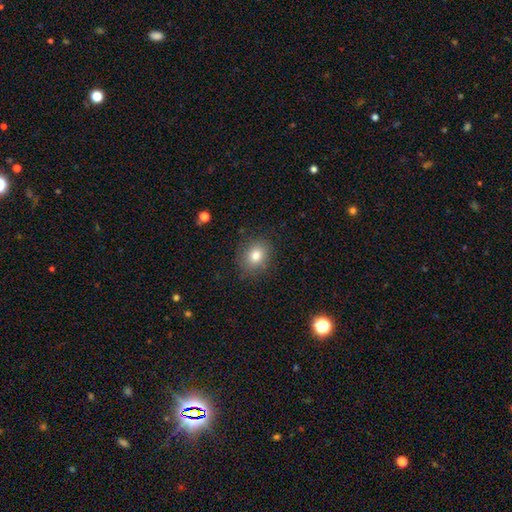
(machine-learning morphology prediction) This is clearly a smooth galaxy (81%). How rounded: possibly round (56%). Merging: clearly none (83%).